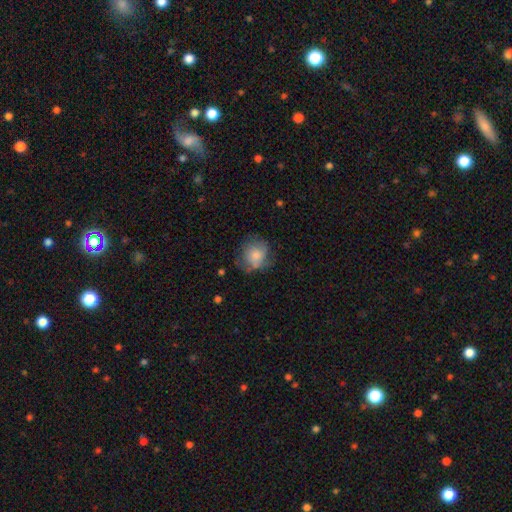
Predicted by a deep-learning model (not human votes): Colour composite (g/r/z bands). It shows a smooth galaxy with no disk features (67%) that is round (79%). Merging: none (53%).